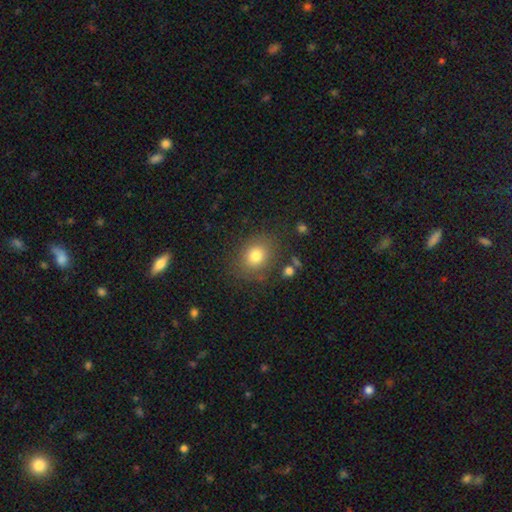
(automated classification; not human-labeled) The model was most divided on "how rounded": round: 60%, in between: 39%, cigar-shaped: 1%. More confident: merging — none (79%); smooth or featured — smooth (79%).